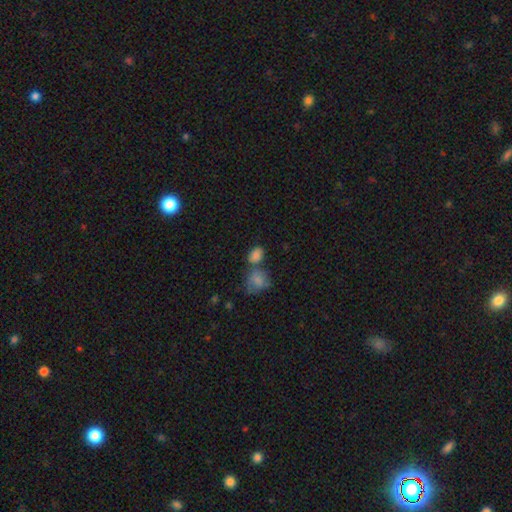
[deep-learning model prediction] The model was most divided on "merging": none: 41%, merger: 39%, minor disturbance: 14%, major disturbance: 6%. More confident: smooth or featured — smooth (82%); how rounded — in between (74%).